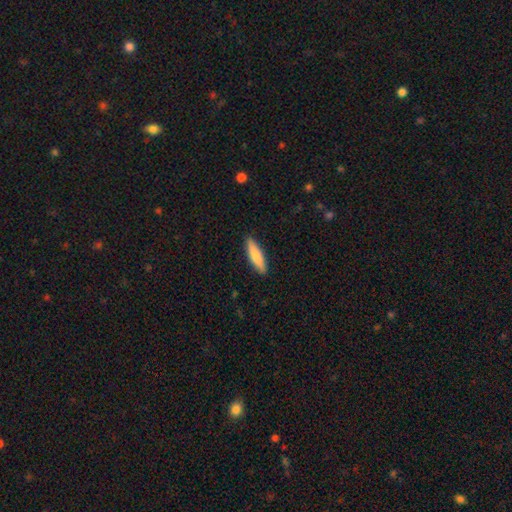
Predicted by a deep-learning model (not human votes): This is likely a smooth galaxy (79%). How rounded: likely cigar-shaped (74%). Merging: clearly none (90%).